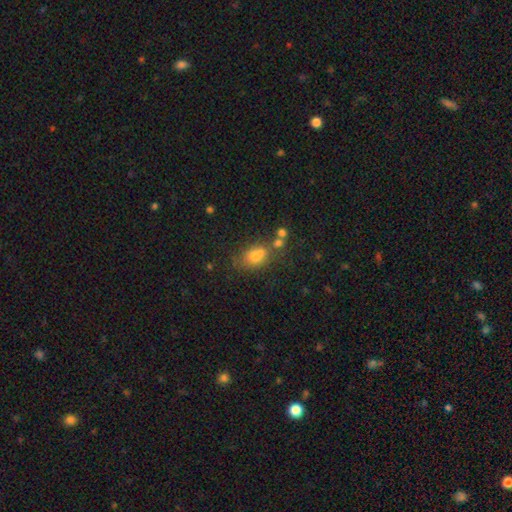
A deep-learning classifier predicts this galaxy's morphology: A smooth galaxy with no disk features (71%) that is in between round and cigar-shaped (67%). Merging: none (44%).